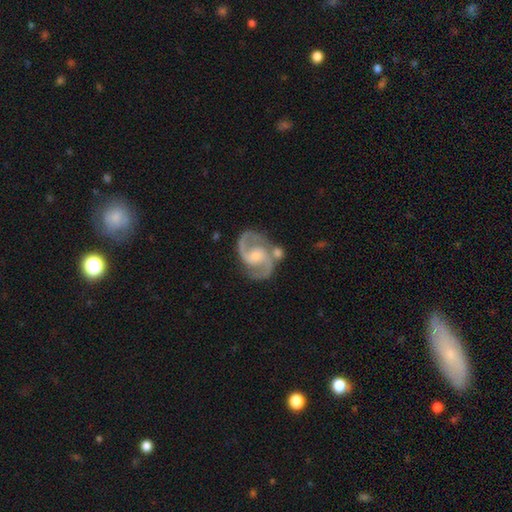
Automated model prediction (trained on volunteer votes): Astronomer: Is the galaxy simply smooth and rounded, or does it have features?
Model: featured or disk — 92%.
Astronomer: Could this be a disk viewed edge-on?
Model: no — 98%.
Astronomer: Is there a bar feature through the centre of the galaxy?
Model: no — 46% (runner-up: weak, 42%).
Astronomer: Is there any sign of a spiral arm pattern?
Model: yes — 98%.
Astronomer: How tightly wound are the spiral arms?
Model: medium — 64%.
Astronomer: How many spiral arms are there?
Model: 2 — 93%.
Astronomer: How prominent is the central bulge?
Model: small — 51% (runner-up: moderate, 42%).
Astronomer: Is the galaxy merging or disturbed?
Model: none — 66%.